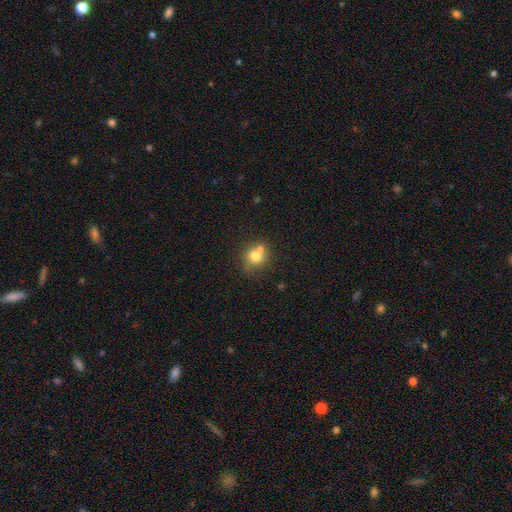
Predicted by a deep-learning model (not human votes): Q: Smooth or featured?
A: smooth (74%); runner-up: featured or disk (14%)
Q: How rounded?
A: round (84%); runner-up: in between (16%)
Q: Merging?
A: none (51%); runner-up: merger (36%)